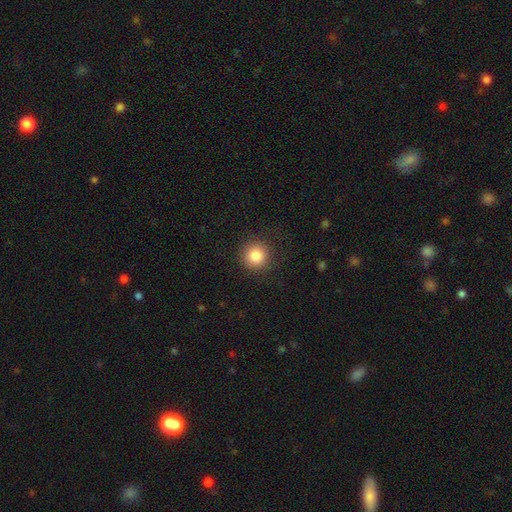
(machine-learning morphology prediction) Overall: smooth (86%). How rounded: round (94%). Merging: none (90%).